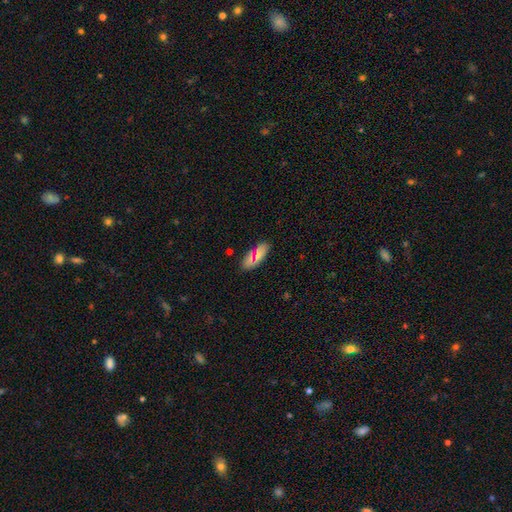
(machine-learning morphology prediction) Q: Smooth or featured?
A: smooth (71%); runner-up: featured or disk (15%)
Q: How rounded?
A: in between (79%); runner-up: cigar-shaped (17%)
Q: Merging?
A: none (87%); runner-up: minor disturbance (9%)